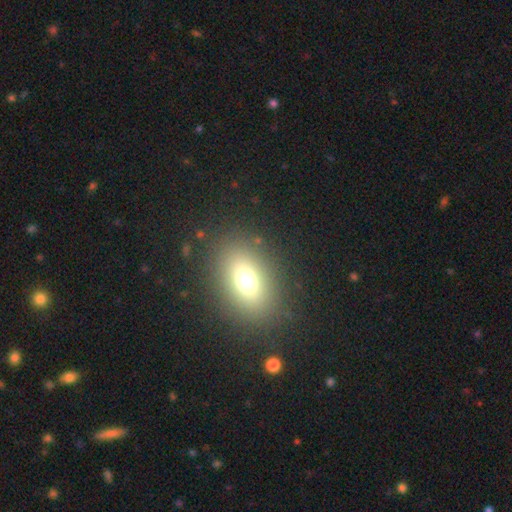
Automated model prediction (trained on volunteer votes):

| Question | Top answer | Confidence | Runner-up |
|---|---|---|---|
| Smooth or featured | smooth | 67% | star or artifact (17%) |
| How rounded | in between | 80% | round (16%) |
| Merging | none | 88% | minor disturbance (7%) |